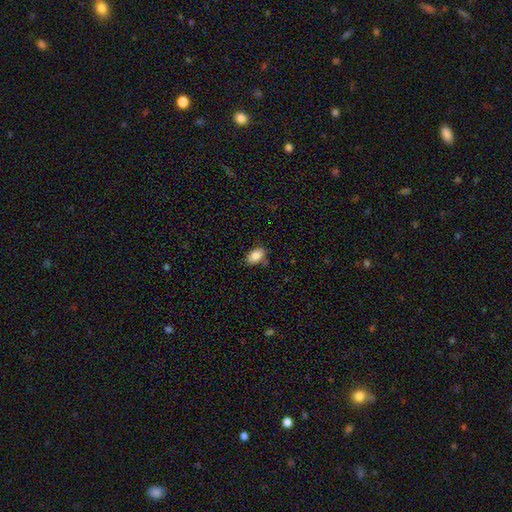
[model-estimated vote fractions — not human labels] smooth 87%, star or artifact 8%, featured or disk 5%. Down the decision tree: how rounded — in between (91%); merging — none (80%).